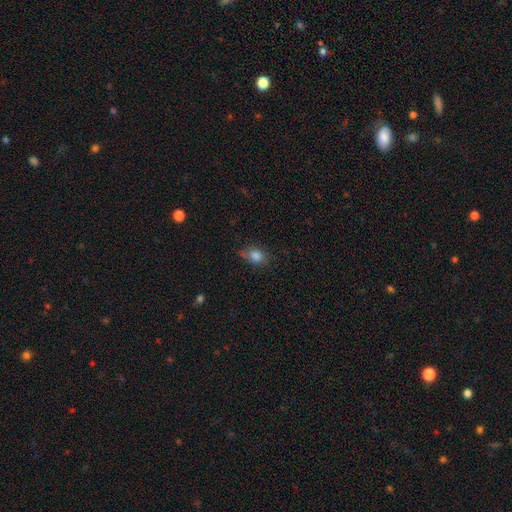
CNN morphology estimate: Smooth or featured? smooth (83%)
How rounded? in between (67%)
Merging? none (66%)